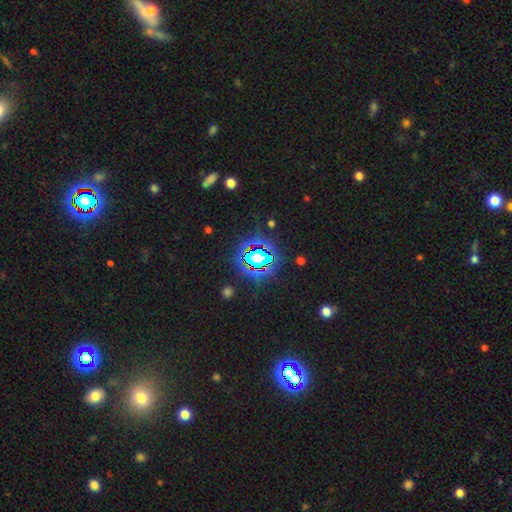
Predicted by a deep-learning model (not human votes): This appears to be a star or artifact, not a galaxy (82%).